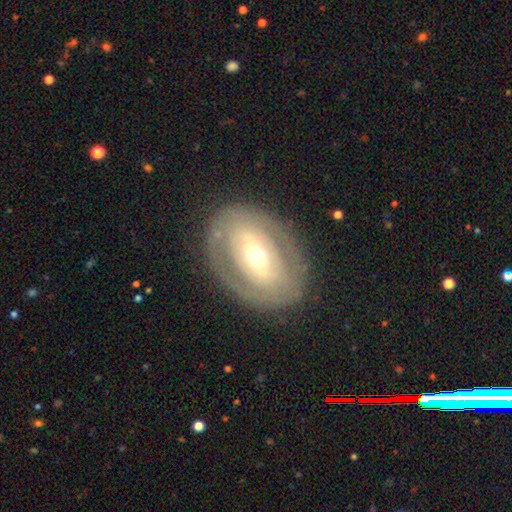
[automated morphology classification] This appears to be a featured or disk galaxy (68%) with no bar (34%, tied with strong), no spiral arms (65%) and a moderate central bulge (66%). Merging: none (81%).